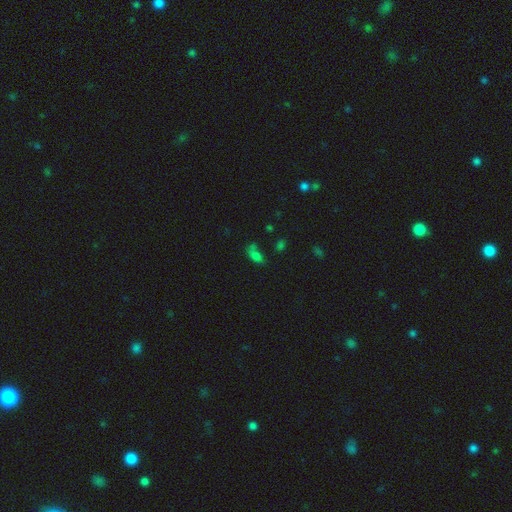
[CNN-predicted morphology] The model was most divided on "merging": none: 40%, merger: 25%, minor disturbance: 18%, major disturbance: 16%. More confident: how rounded — in between (81%); smooth or featured — smooth (65%).